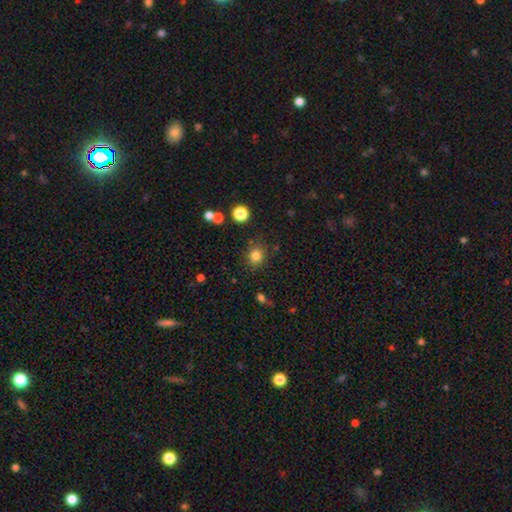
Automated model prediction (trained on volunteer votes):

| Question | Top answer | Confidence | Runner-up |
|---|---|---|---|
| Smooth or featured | smooth | 81% | star or artifact (13%) |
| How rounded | round | 81% | in between (18%) |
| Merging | none | 83% | minor disturbance (10%) |